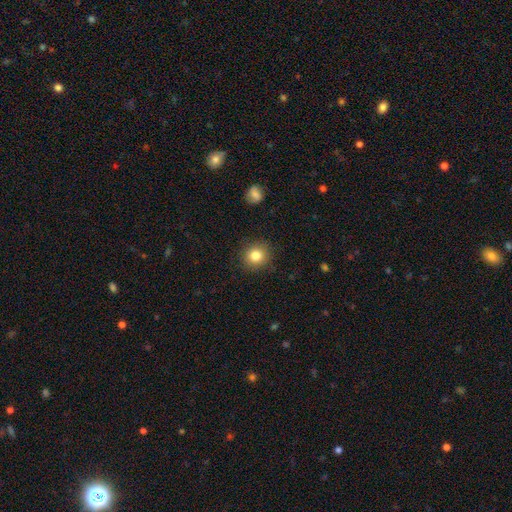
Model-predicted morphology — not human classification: smooth 81%, star or artifact 11%, featured or disk 8%. Down the decision tree: how rounded — round (87%); merging — none (88%).